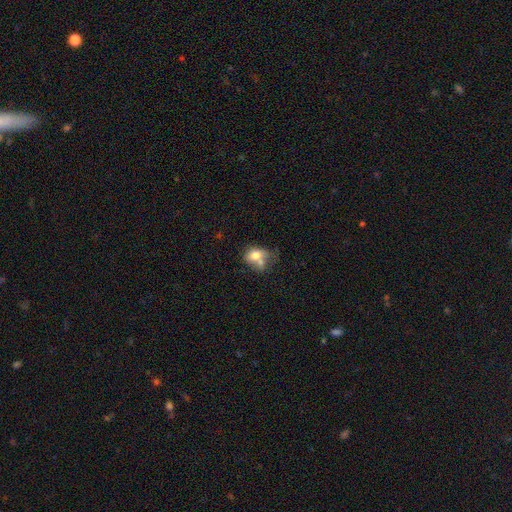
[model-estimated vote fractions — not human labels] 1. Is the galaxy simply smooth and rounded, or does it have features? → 71% smooth, 19% featured or disk, 10% star or artifact.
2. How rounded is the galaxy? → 65% in between, 34% round, 1% cigar-shaped.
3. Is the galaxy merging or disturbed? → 44% merger, 26% none, 18% minor disturbance, 12% major disturbance.